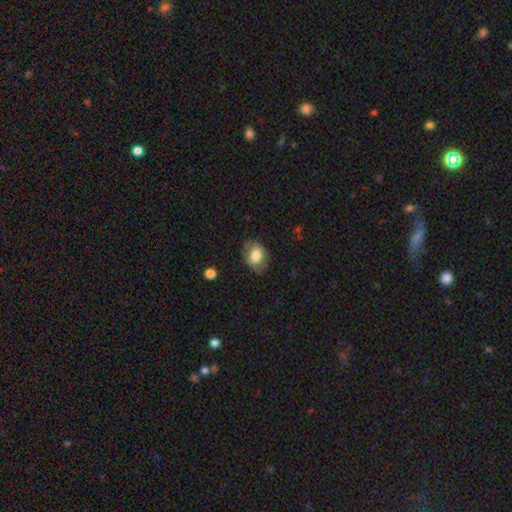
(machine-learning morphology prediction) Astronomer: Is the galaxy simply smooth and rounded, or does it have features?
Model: smooth — 72%.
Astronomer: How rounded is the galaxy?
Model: in between — 65%.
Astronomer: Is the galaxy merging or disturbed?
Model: none — 69%.